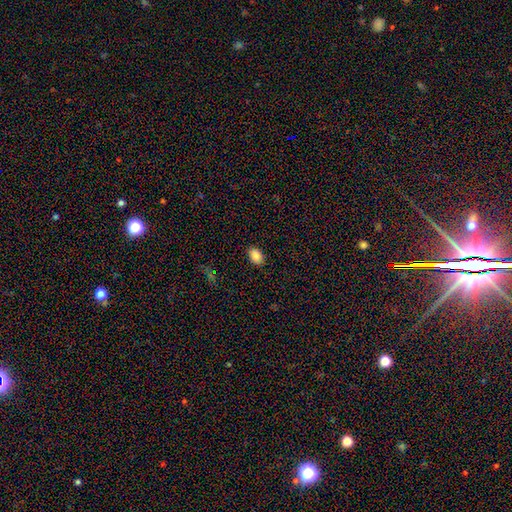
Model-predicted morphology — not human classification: smooth 88%, star or artifact 9%, featured or disk 4%. Down the decision tree: how rounded — in between (86%); merging — none (89%).